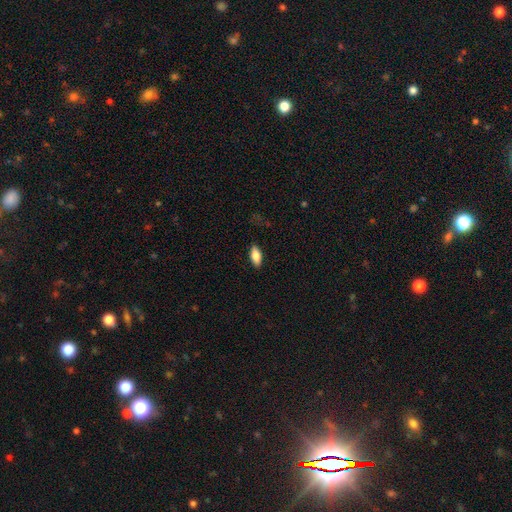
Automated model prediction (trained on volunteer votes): This appears to be a smooth galaxy with no disk features (83%) that is in between round and cigar-shaped (86%). Merging: none (88%).